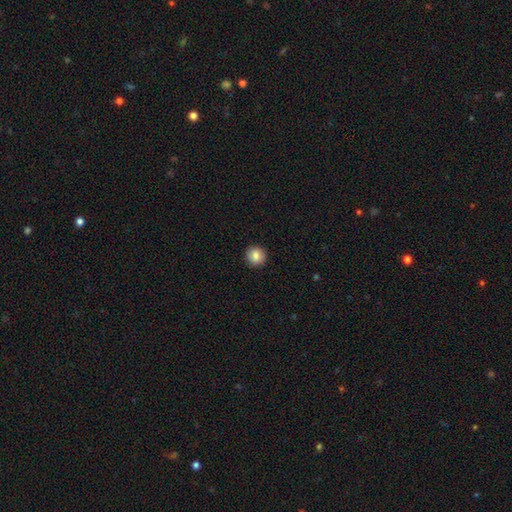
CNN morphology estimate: smooth 84%, star or artifact 9%, featured or disk 7%. Down the decision tree: how rounded — round (93%); merging — none (90%).